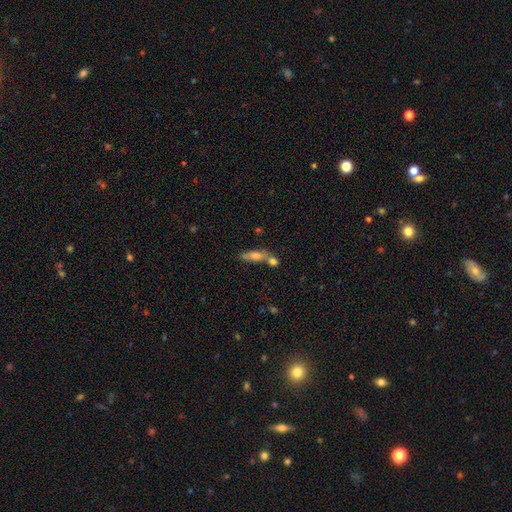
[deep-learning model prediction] This appears to be a smooth galaxy with no disk features (55%) that is cigar-shaped (62%). Merging: none (56%).